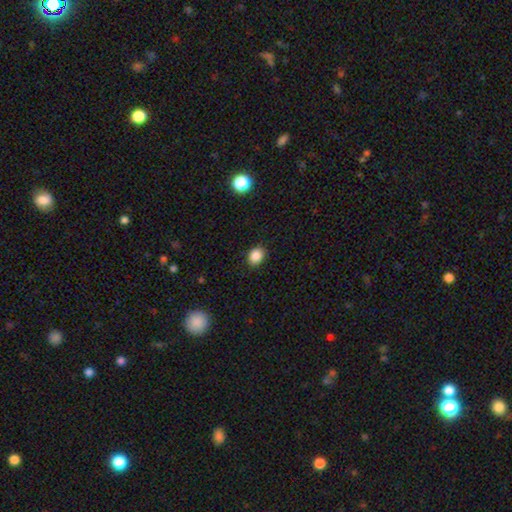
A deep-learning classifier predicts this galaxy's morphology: smooth_or_featured: smooth (p=0.87) [alt: star or artifact p=0.10]
how_rounded: in between (p=0.50) [alt: round p=0.49]
merging: none (p=0.88) [alt: minor disturbance p=0.09]